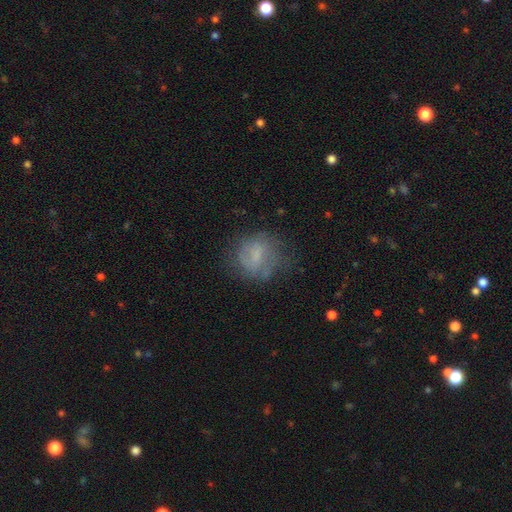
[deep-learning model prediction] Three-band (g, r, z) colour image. It shows a smooth galaxy with no disk features (49%). Merging: none (56%).